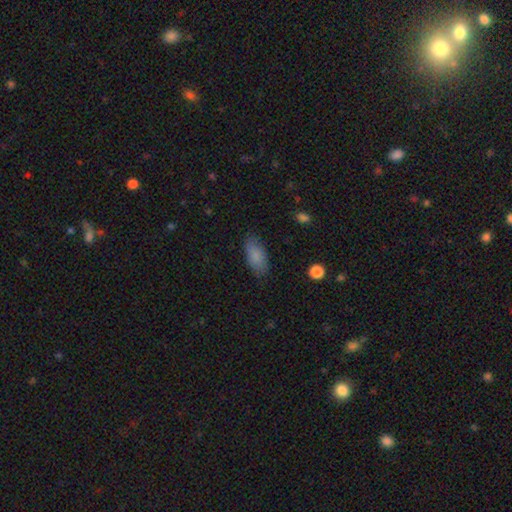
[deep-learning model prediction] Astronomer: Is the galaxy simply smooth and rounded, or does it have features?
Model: smooth — 85%.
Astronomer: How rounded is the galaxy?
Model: in between — 90%.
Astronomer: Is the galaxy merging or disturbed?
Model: none — 82%.